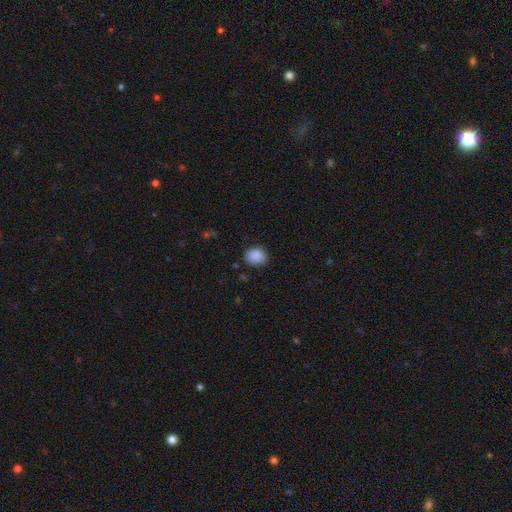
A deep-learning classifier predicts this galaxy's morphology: This appears to be a smooth galaxy with no disk features (89%) that is round (64%). Merging: none (84%).